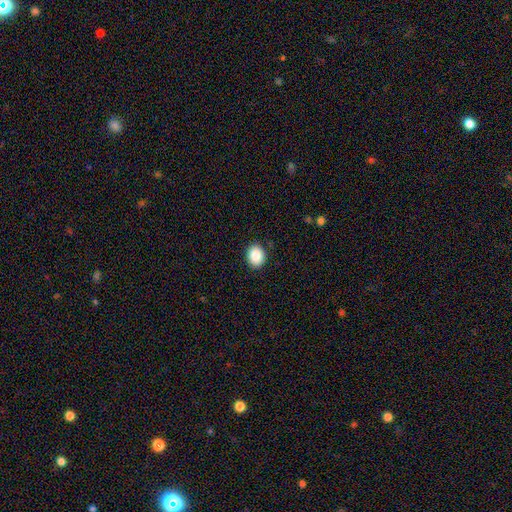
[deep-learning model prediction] This appears to be a smooth galaxy with no disk features (87%) that is in between round and cigar-shaped (56%). Merging: none (89%).